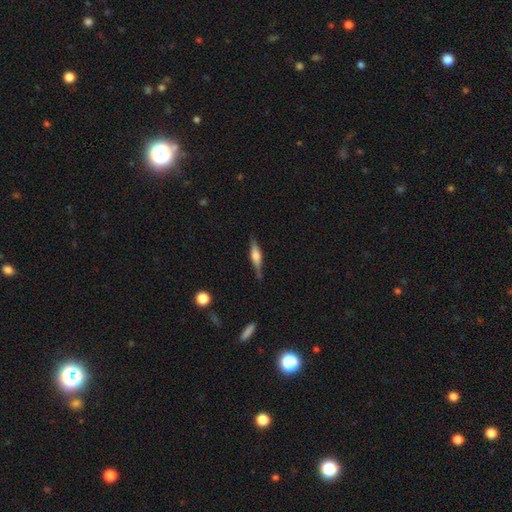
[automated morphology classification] Smooth or featured? Predicted: featured or disk (p=0.61). Edge-on disk? Predicted: yes (p=0.96). Edge-on bulge? Predicted: rounded (p=0.80). Merging? Predicted: none (p=0.83).